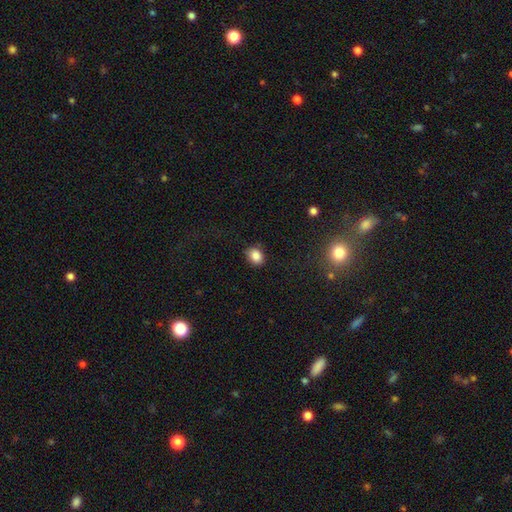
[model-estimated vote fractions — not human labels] Overall: smooth (85%). How rounded: in between (56%; round 43%). Merging: none (82%).